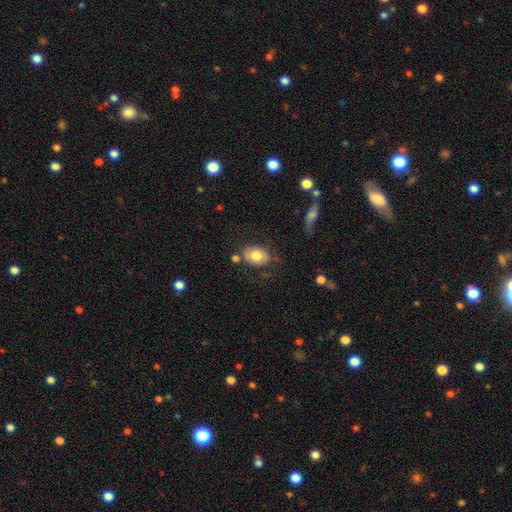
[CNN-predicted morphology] type=smooth (73%); roundness=in between (73%); merging=none (70%).